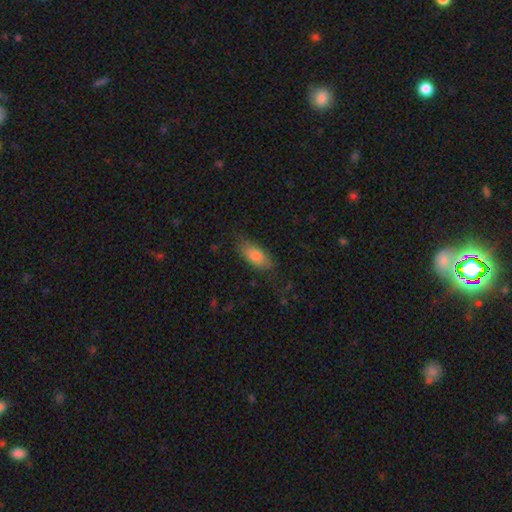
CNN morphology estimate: The model was most divided on "merging": none: 68%, minor disturbance: 21%, major disturbance: 9%, merger: 2%. More confident: how rounded — in between (84%); smooth or featured — smooth (82%).